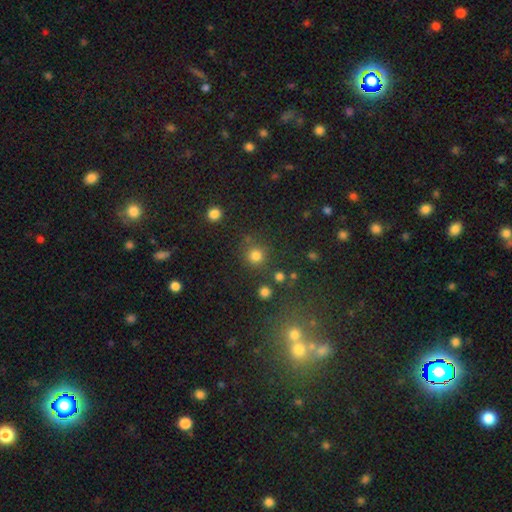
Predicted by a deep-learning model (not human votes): Smooth or featured? Predicted: smooth (p=0.79). How rounded? Predicted: round (p=0.93). Merging? Predicted: none (p=0.79).